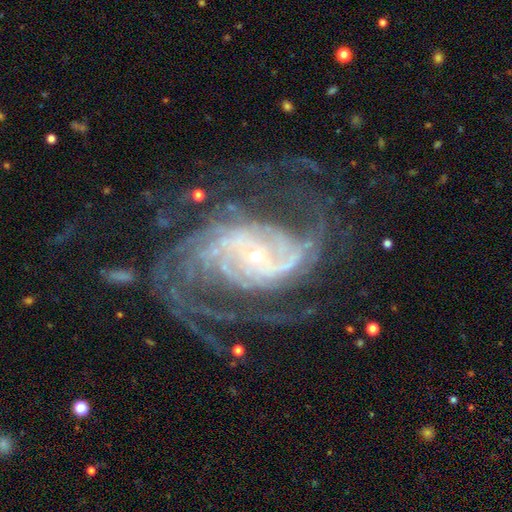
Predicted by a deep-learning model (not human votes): Smooth or featured?
  - featured or disk: 91% *
  - star or artifact: 6%
  - smooth: 3%
Edge-on disk?
  - no: 97% *
  - yes: 3%
Bar?
  - no: 50% *
  - weak: 29%
  - strong: 21%
Spiral arms?
  - yes: 98% *
  - no: 2%
Spiral winding?
  - medium: 43% *
  - tight: 41%
  - loose: 16%
Spiral arm count?
  - 2: 31% *
  - 3: 18%
  - can't tell: 17%
  - 4: 14%
  - more than 4: 10%
  - 1: 9%
Bulge size?
  - small: 78% *
  - moderate: 18%
  - large: 2%
  - none: 1%
  - dominant: 1%
Merging?
  - none: 62% *
  - major disturbance: 19%
  - minor disturbance: 16%
  - merger: 2%